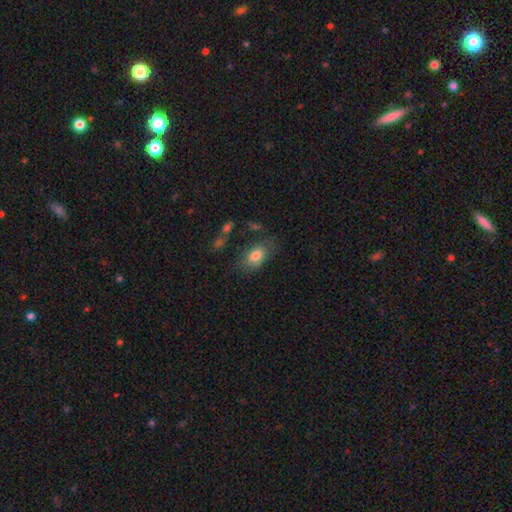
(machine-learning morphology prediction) Q: Smooth or featured?
A: smooth (79%); runner-up: featured or disk (13%)
Q: How rounded?
A: in between (87%); runner-up: round (10%)
Q: Merging?
A: none (67%); runner-up: minor disturbance (21%)